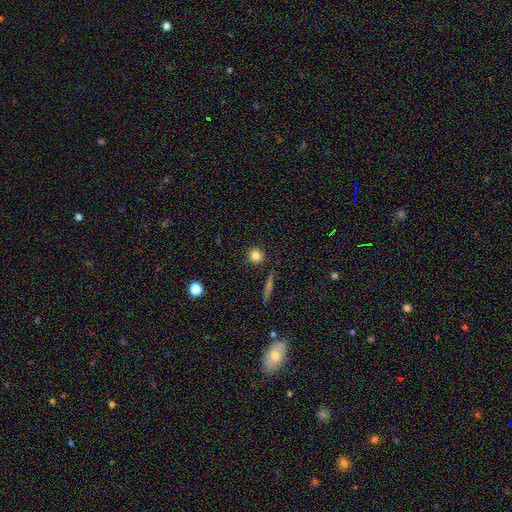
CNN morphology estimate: Q: Smooth or featured?
A: smooth (82%); runner-up: star or artifact (11%)
Q: How rounded?
A: round (92%); runner-up: in between (7%)
Q: Merging?
A: none (89%); runner-up: minor disturbance (7%)